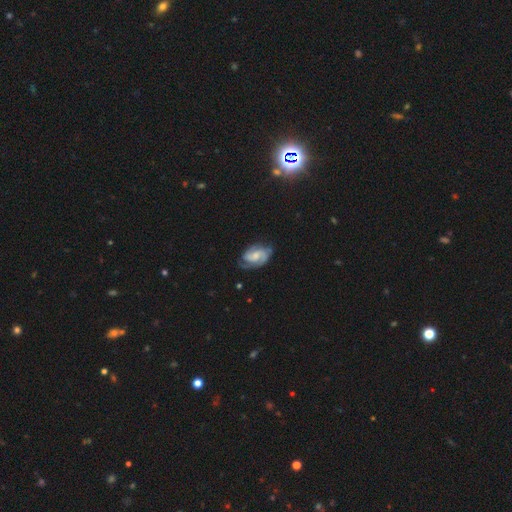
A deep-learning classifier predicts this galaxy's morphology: smooth_or_featured: featured or disk (p=0.80) [alt: smooth p=0.15]
disk_edge_on: no (p=0.97) [alt: yes p=0.03]
bar: no (p=0.49) [alt: weak p=0.42]
has_spiral_arms: yes (p=0.96) [alt: no p=0.04]
spiral_winding: tight (p=0.46) [alt: medium p=0.42]
spiral_arm_count: 2 (p=0.73) [alt: can't tell p=0.10]
bulge_size: moderate (p=0.42) [alt: small p=0.37]
merging: none (p=0.68) [alt: minor disturbance p=0.22]